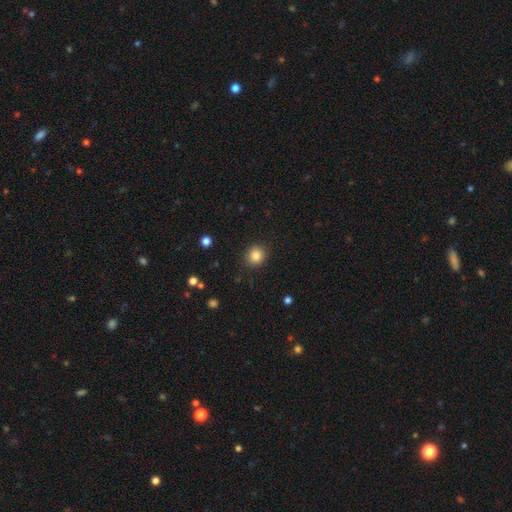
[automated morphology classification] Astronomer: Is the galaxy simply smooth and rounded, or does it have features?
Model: smooth — 84%.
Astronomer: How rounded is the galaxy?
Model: round — 87%.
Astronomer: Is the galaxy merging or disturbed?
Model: none — 89%.